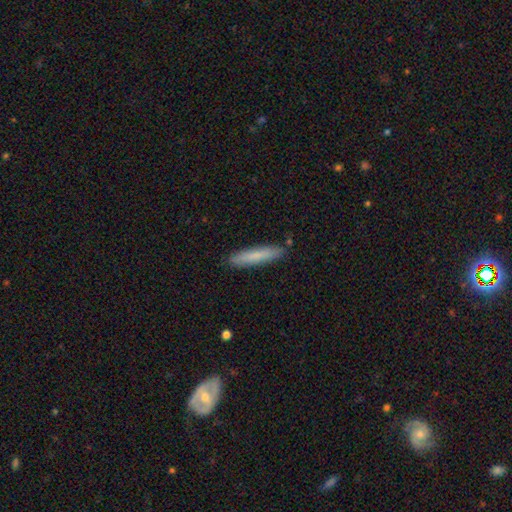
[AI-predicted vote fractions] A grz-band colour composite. It shows a smooth galaxy with no disk features (78%) that is cigar-shaped (89%). Merging: none (88%).